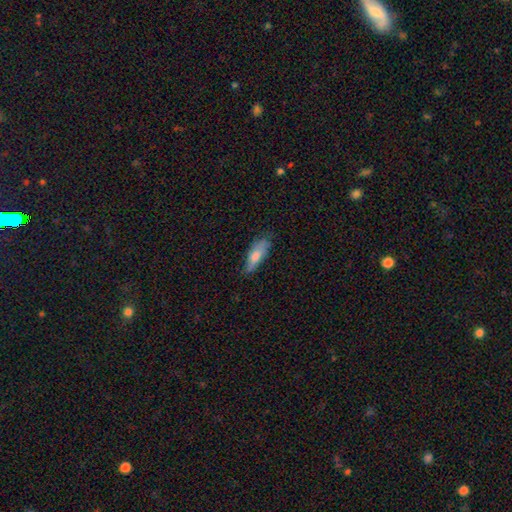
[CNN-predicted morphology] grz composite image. It shows a smooth galaxy with no disk features (70%) that is in between round and cigar-shaped (61%). Merging: none (56%).